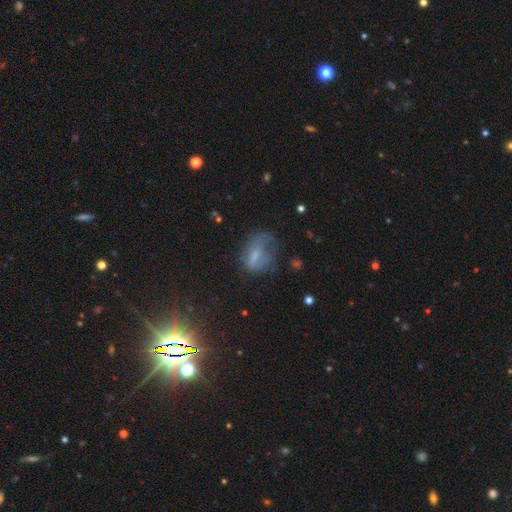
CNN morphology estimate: The model was most divided on "merging": none: 36%, major disturbance: 35%, minor disturbance: 26%, merger: 3%. Remaining: smooth or featured — smooth (44%).